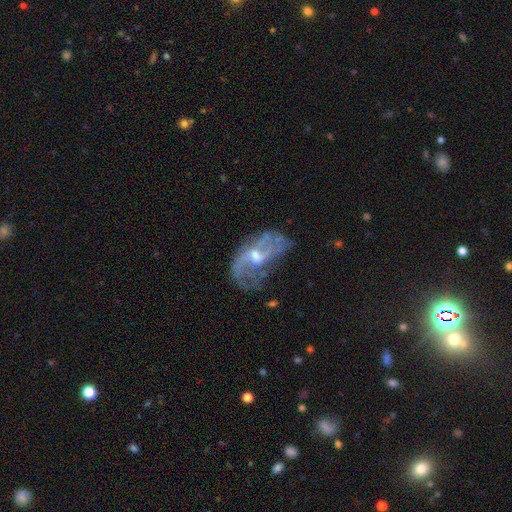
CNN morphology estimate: This appears to be a featured or disk galaxy (81%) with a weak bar (52%), 2 (58%) loose (57%) spiral arms (81%) and a moderate central bulge (51%). Merging: none (49%).